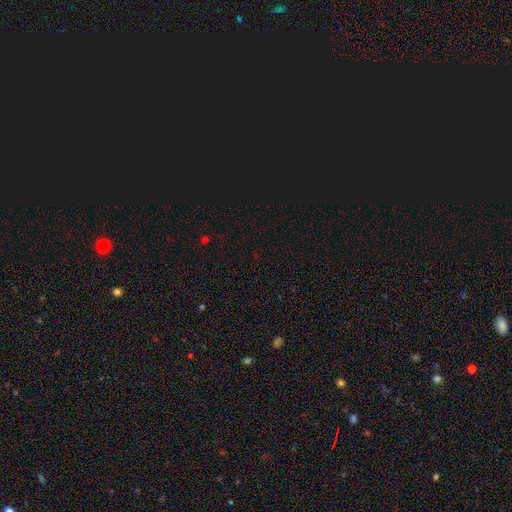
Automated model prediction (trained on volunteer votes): This appears to be a star or artifact, not a galaxy (74%).